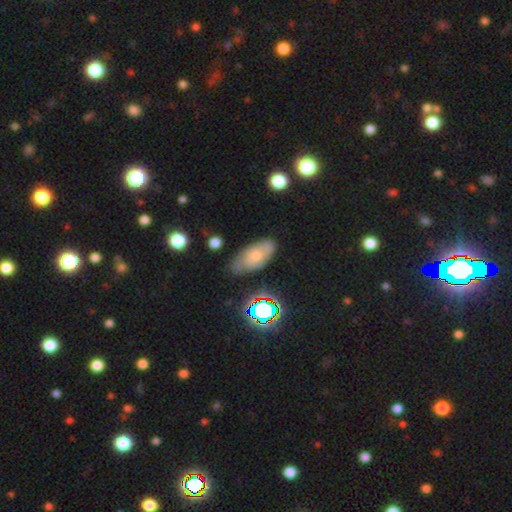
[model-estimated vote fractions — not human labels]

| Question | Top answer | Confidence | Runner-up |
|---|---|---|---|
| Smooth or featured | smooth | 55% | featured or disk (33%) |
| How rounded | in between | 90% | cigar-shaped (6%) |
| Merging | none | 62% | minor disturbance (27%) |